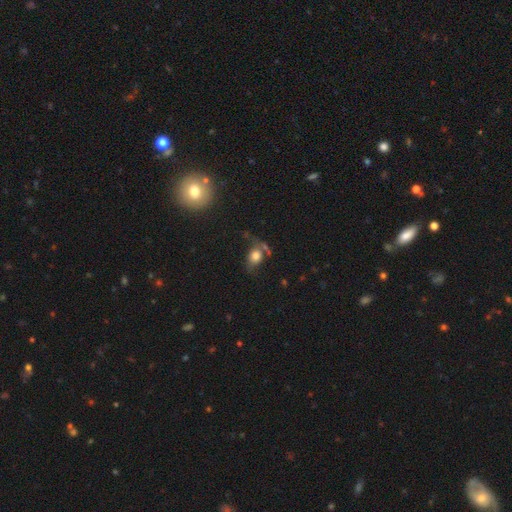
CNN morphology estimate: Smooth or featured?
  - smooth: 64% *
  - featured or disk: 23%
  - star or artifact: 13%
How rounded?
  - round: 50% *
  - in between: 48%
  - cigar-shaped: 2%
Merging?
  - none: 42% *
  - minor disturbance: 23%
  - major disturbance: 20%
  - merger: 16%